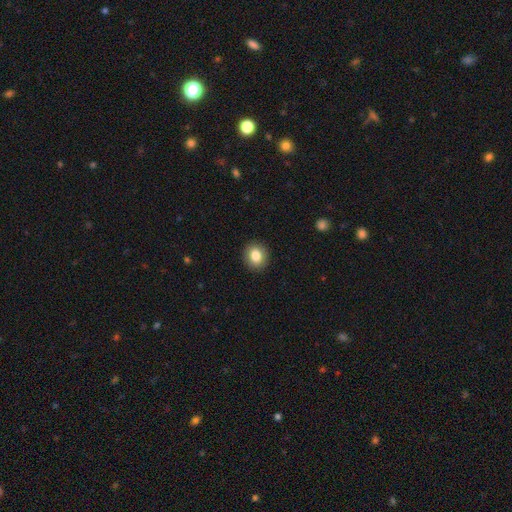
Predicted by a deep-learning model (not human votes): This is clearly a smooth galaxy (83%). How rounded: likely round (76%). Merging: clearly none (91%).